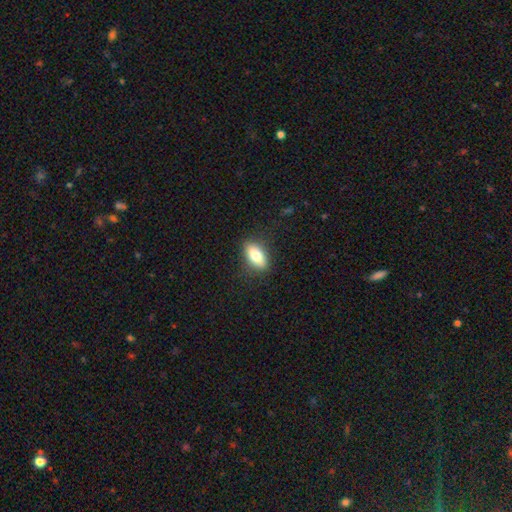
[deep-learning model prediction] Q: Smooth or featured?
A: smooth (77%); runner-up: featured or disk (16%)
Q: How rounded?
A: in between (87%); runner-up: cigar-shaped (7%)
Q: Merging?
A: none (85%); runner-up: minor disturbance (11%)